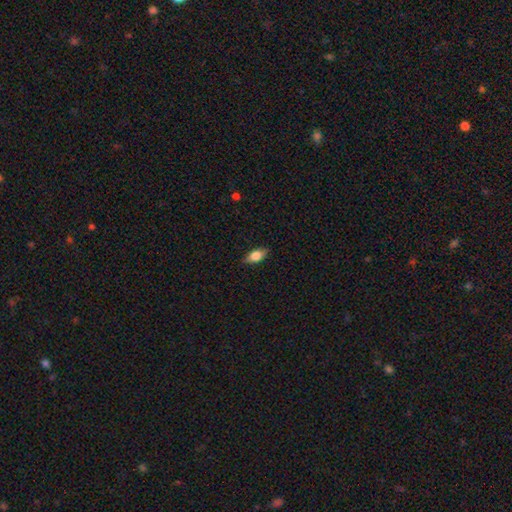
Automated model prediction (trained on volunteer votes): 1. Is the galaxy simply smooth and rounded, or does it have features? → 75% smooth, 18% featured or disk, 7% star or artifact.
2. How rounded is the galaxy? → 85% in between, 10% cigar-shaped, 5% round.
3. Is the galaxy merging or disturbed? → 85% none, 11% minor disturbance, 2% major disturbance, 1% merger.